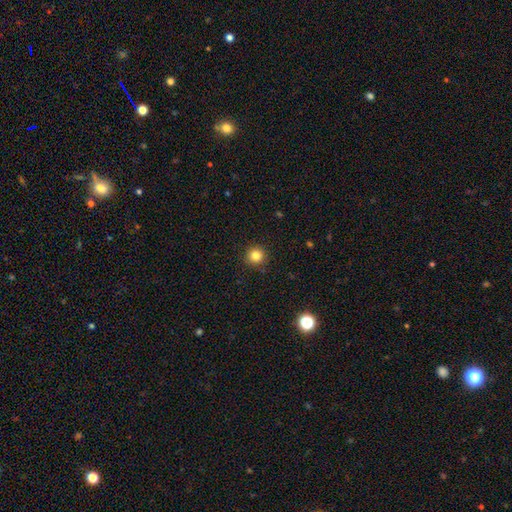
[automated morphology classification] The model was most divided on "smooth or featured": smooth: 83%, star or artifact: 12%, featured or disk: 5%. More confident: how rounded — round (95%); merging — none (91%).